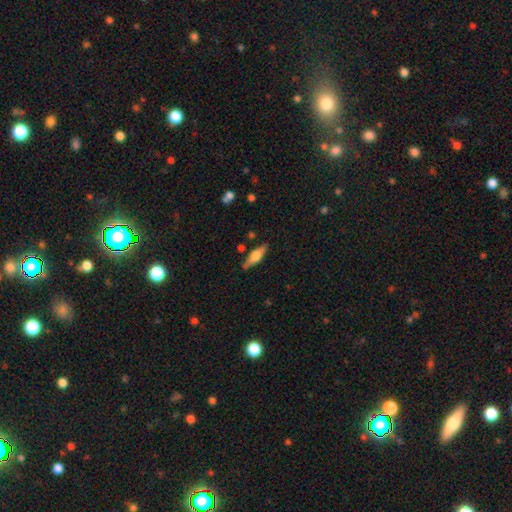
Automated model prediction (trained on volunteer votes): Smooth or featured? smooth (49%)
Merging? none (84%)